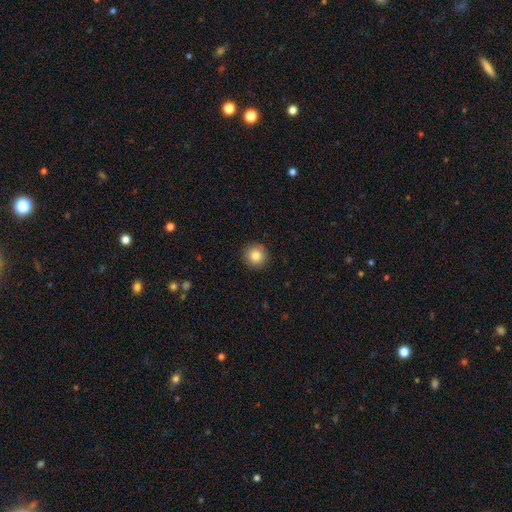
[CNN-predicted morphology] Smooth or featured? smooth (84%)
How rounded? round (95%)
Merging? none (92%)